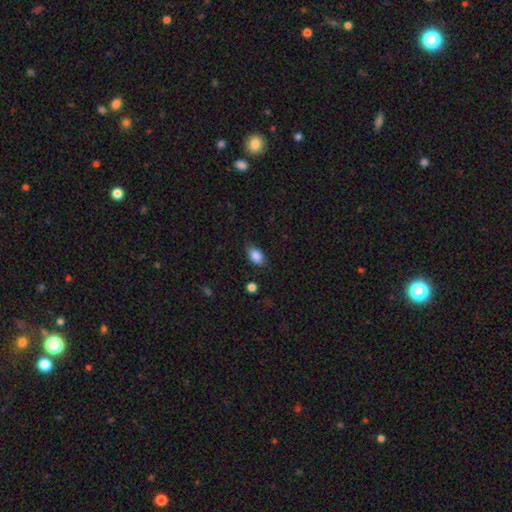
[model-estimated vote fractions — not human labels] Overall: smooth (87%). How rounded: in between (86%). Merging: none (81%).